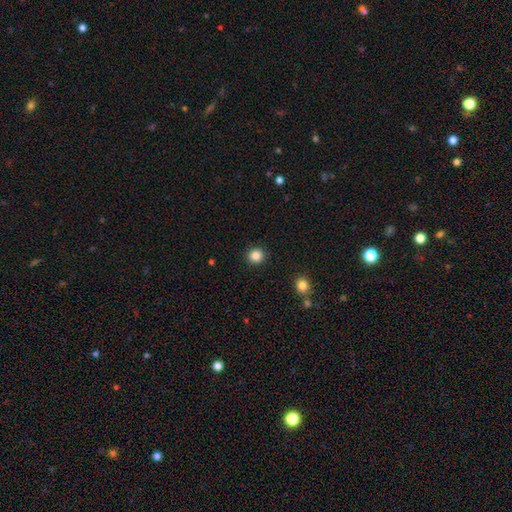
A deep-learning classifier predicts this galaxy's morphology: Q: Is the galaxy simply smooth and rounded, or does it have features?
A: smooth — 85%.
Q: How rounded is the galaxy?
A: round — 91%.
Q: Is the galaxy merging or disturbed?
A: none — 92%.